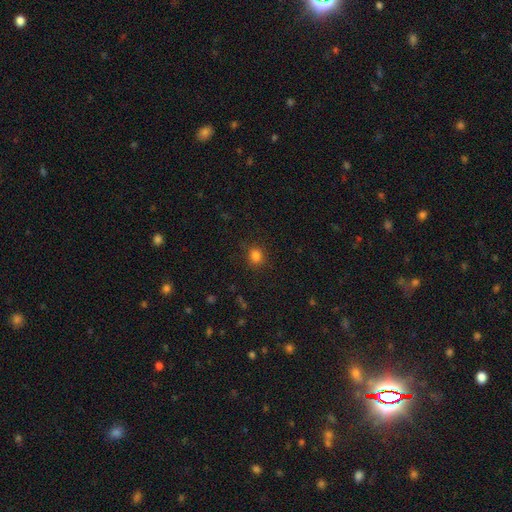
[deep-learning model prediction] Smooth or featured? smooth (82%)
How rounded? round (72%)
Merging? none (84%)